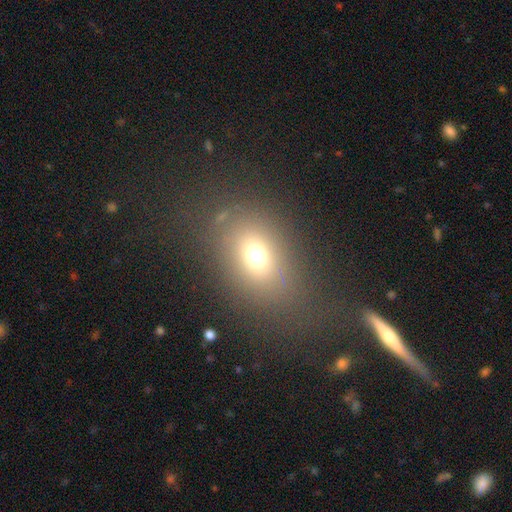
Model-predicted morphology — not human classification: A smooth galaxy with no disk features (68%) that is in between round and cigar-shaped (59%).

Vote fractions:
- Smooth or featured? smooth: 68% / star or artifact: 20% / featured or disk: 12%
- How rounded? in between: 59% / round: 40% / cigar-shaped: 2%
- Merging? none: 76% / minor disturbance: 11% / major disturbance: 10% / merger: 3%